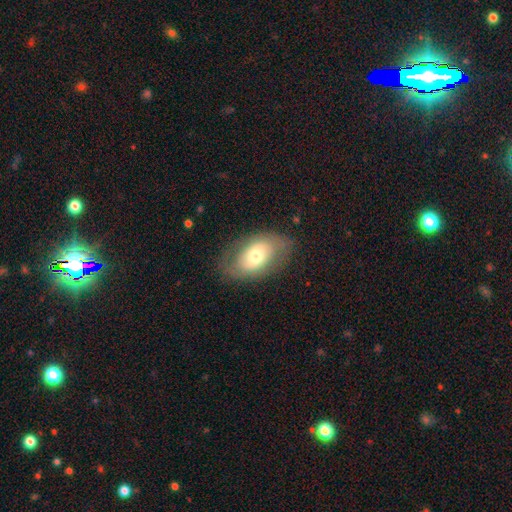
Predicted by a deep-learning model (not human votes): Q: Smooth or featured?
A: smooth (52%); runner-up: featured or disk (41%)
Q: How rounded?
A: in between (90%); runner-up: round (9%)
Q: Merging?
A: none (76%); runner-up: minor disturbance (15%)